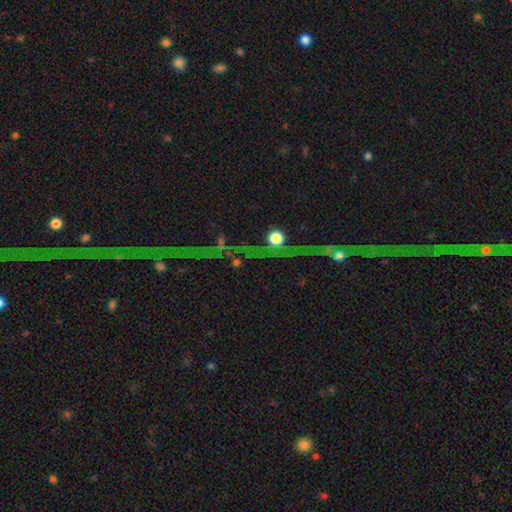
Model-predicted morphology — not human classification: The model was most divided on "smooth or featured": star or artifact: 57%, smooth: 24%, featured or disk: 19%.